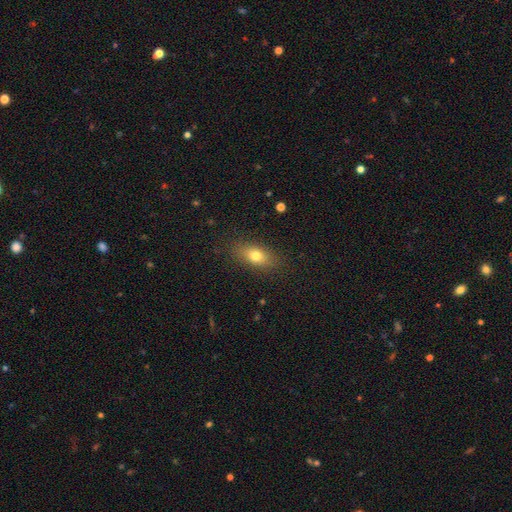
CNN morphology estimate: Overall: smooth (75%). How rounded: in between (79%). Merging: none (85%).